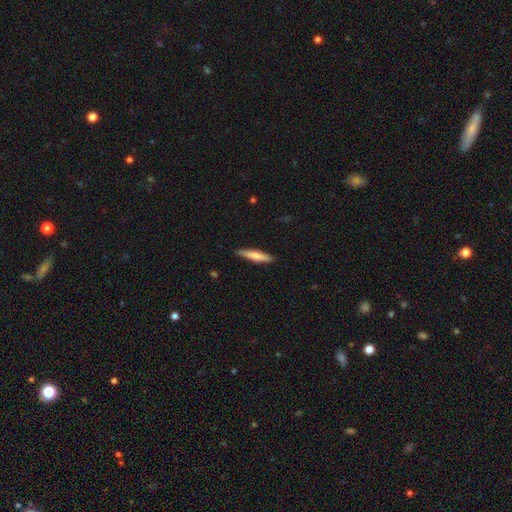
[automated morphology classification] This appears to be a smooth galaxy with no disk features (67%) that is cigar-shaped (88%). Merging: none (89%).